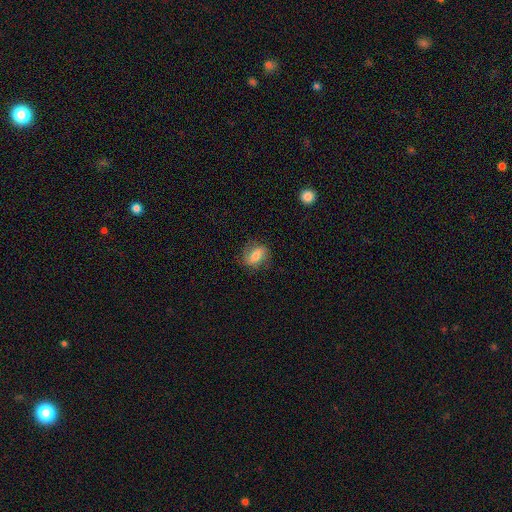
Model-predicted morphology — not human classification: Smooth or featured?
  - smooth: 56% *
  - featured or disk: 35%
  - star or artifact: 9%
How rounded?
  - in between: 70% *
  - round: 26%
  - cigar-shaped: 4%
Merging?
  - none: 74% *
  - minor disturbance: 18%
  - major disturbance: 7%
  - merger: 1%